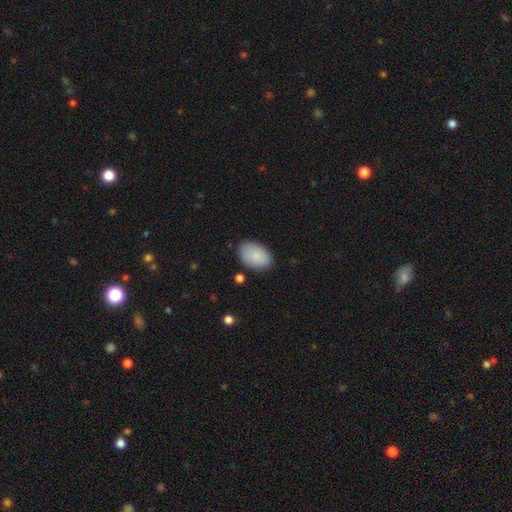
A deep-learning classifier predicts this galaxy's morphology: Smooth or featured? smooth (88%)
How rounded? in between (90%)
Merging? none (83%)